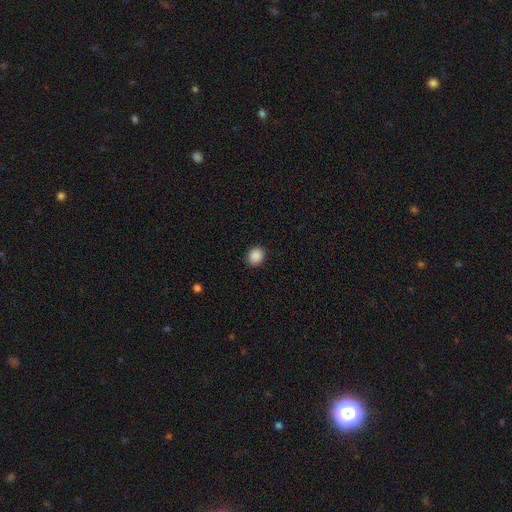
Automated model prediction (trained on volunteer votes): smooth 89%, star or artifact 9%, featured or disk 2%. Down the decision tree: how rounded — round (69%); merging — none (91%).